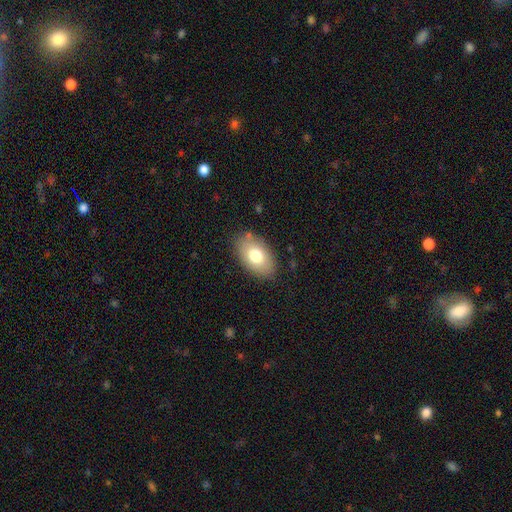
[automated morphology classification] Smooth or featured: smooth — 76% (featured or disk — 16%)
How rounded: in between — 91% (round — 7%)
Merging: none — 84% (minor disturbance — 12%)